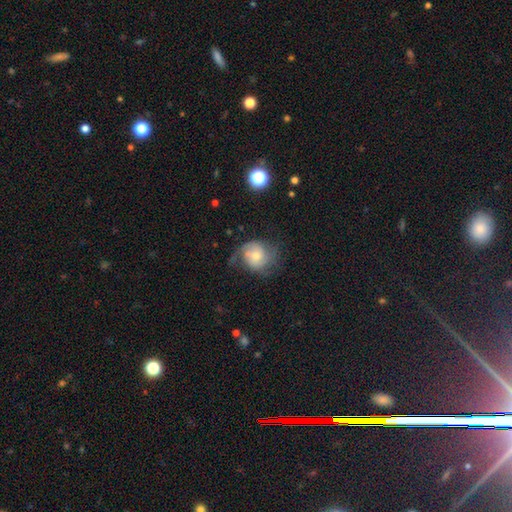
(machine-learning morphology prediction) This is possibly a featured or disk galaxy (59%). It is clearly not viewed edge-on (97%). Bar: likely no (72%). Spiral arm pattern: clearly yes (88%). Spiral arm count: likely 2 (61%). Spiral winding: marginally medium (42%). Central bulge: marginally moderate (43%). Merging: possibly none (52%).